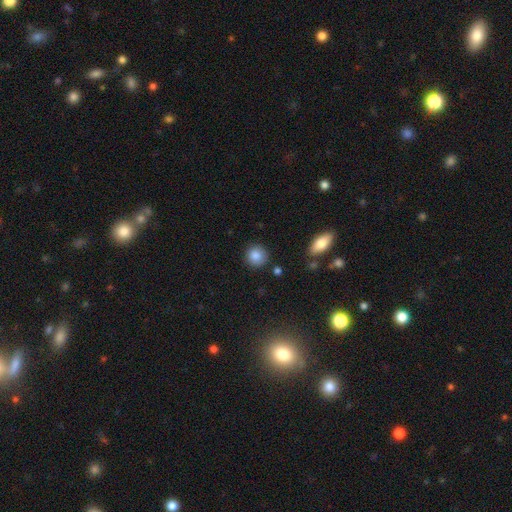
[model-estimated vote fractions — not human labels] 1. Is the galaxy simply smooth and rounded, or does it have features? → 86% smooth, 9% star or artifact, 5% featured or disk.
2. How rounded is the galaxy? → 90% round, 9% in between, 1% cigar-shaped.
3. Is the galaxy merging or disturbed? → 87% none, 8% minor disturbance, 2% major disturbance, 2% merger.